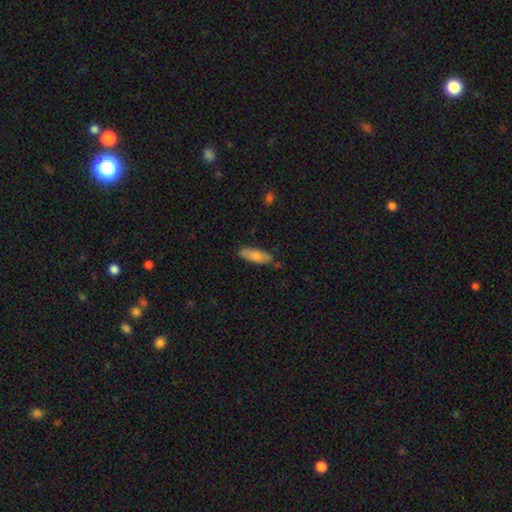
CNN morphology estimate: This appears to be a smooth galaxy with no disk features (81%) that is in between round and cigar-shaped (58%). Merging: none (76%).